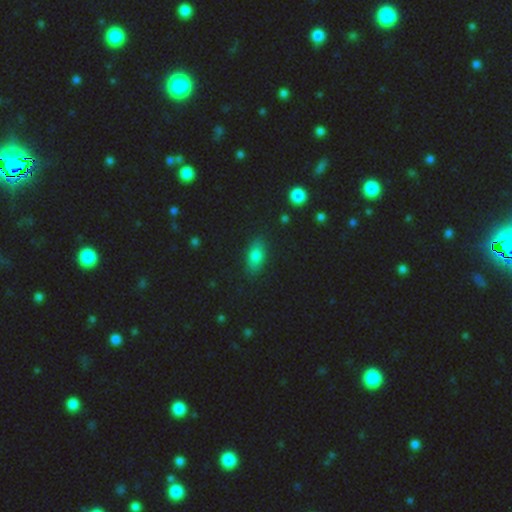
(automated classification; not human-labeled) Smooth or featured?
  - smooth: 75% *
  - star or artifact: 14%
  - featured or disk: 11%
How rounded?
  - in between: 84% *
  - cigar-shaped: 9%
  - round: 8%
Merging?
  - none: 86% *
  - minor disturbance: 10%
  - major disturbance: 3%
  - merger: 1%